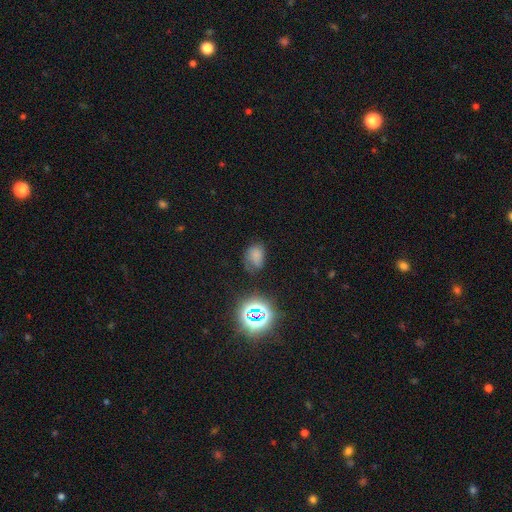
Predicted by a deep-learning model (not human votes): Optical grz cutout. It shows a smooth galaxy with no disk features (62%) that is in between round and cigar-shaped (73%). Merging: none (48%).